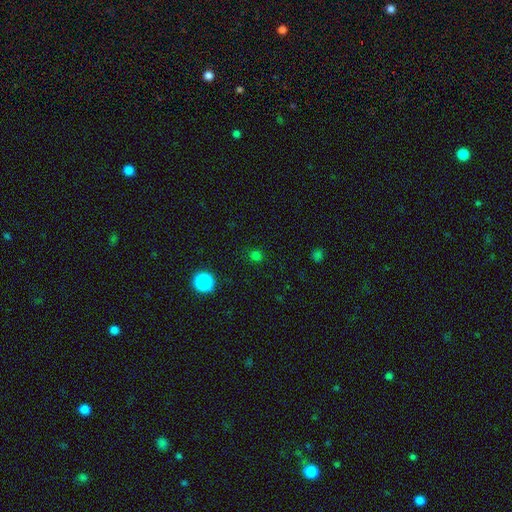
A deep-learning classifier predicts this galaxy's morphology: A smooth galaxy with no disk features (69%) that is round (87%). Merging: none (87%).